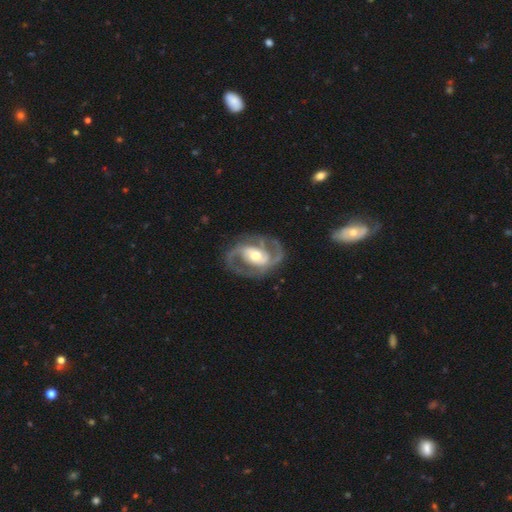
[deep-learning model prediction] This appears to be a featured or disk galaxy (90%) with a weak bar (37%), 2 (89%) medium (57%) spiral arms (96%) and a moderate central bulge (68%). Merging: none (78%).